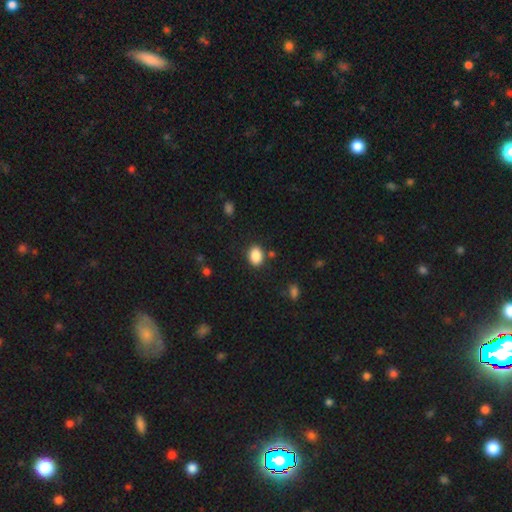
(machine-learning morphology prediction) Smooth or featured?
  - smooth: 87% *
  - star or artifact: 9%
  - featured or disk: 4%
How rounded?
  - in between: 69% *
  - round: 30%
  - cigar-shaped: 1%
Merging?
  - none: 84% *
  - minor disturbance: 10%
  - merger: 3%
  - major disturbance: 3%